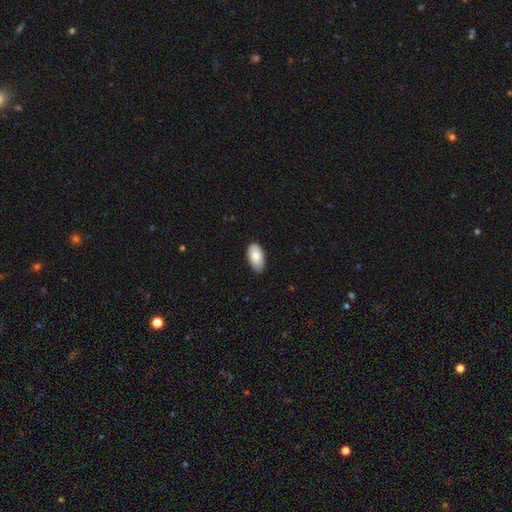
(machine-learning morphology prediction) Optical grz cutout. It shows a smooth galaxy with no disk features (84%) that is in between round and cigar-shaped (95%). Merging: none (77%).